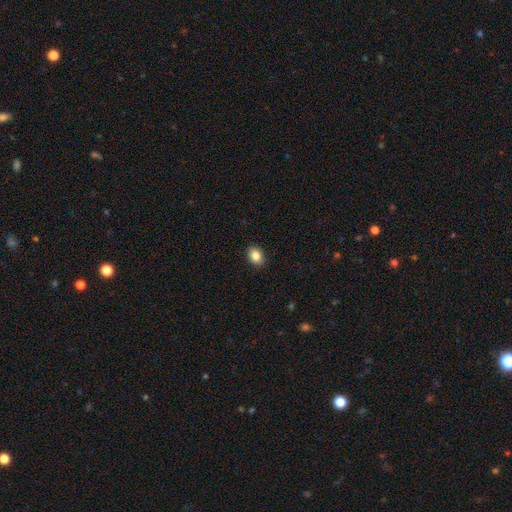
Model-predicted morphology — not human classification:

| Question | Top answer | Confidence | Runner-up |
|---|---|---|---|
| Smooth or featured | smooth | 85% | star or artifact (9%) |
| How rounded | in between | 62% | round (37%) |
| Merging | none | 90% | minor disturbance (7%) |